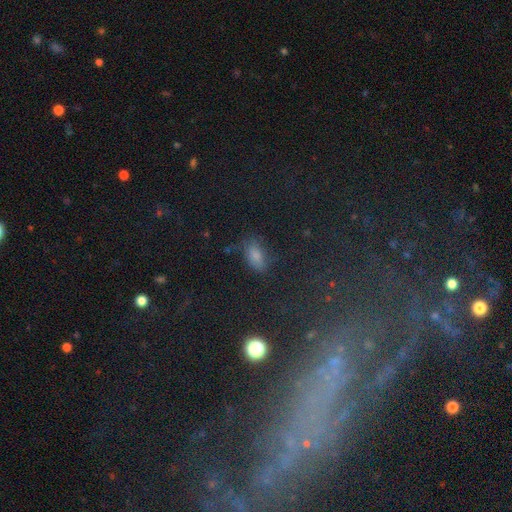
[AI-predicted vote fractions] A smooth galaxy with no disk features (66%) that is in between round and cigar-shaped (87%). Merging: none (62%).